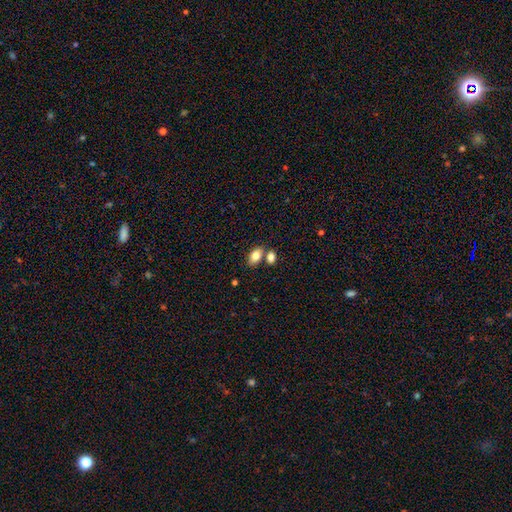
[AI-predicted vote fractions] Smooth or featured? smooth (82%)
How rounded? in between (91%)
Merging? none (61%)